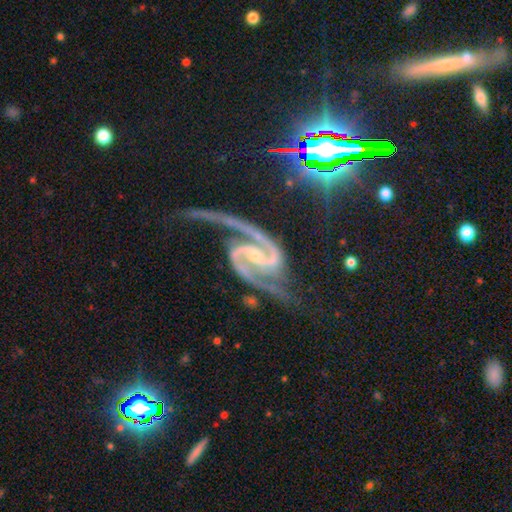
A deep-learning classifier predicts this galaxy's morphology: featured or disk 93%, star or artifact 5%, smooth 2%. Down the decision tree: edge-on disk — no (98%); bar — strong (40%); spiral arms — yes (99%); spiral arm count — 2 (94%); spiral winding — medium (59%); bulge size — small (67%); merging — none (56%).